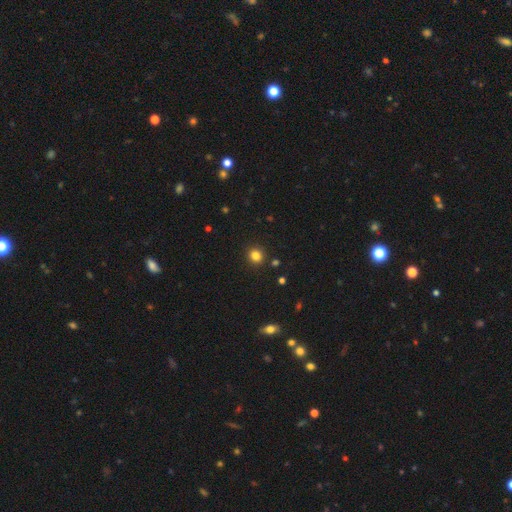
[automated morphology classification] smooth_or_featured: smooth (p=0.82) [alt: star or artifact p=0.14]
how_rounded: round (p=0.87) [alt: in between p=0.12]
merging: none (p=0.91) [alt: minor disturbance p=0.05]